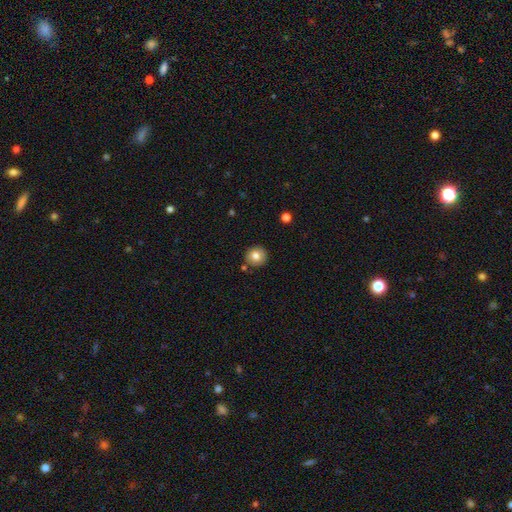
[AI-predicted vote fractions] The model was most divided on "smooth or featured": smooth: 78%, featured or disk: 12%, star or artifact: 10%. More confident: how rounded — round (93%); merging — none (86%).